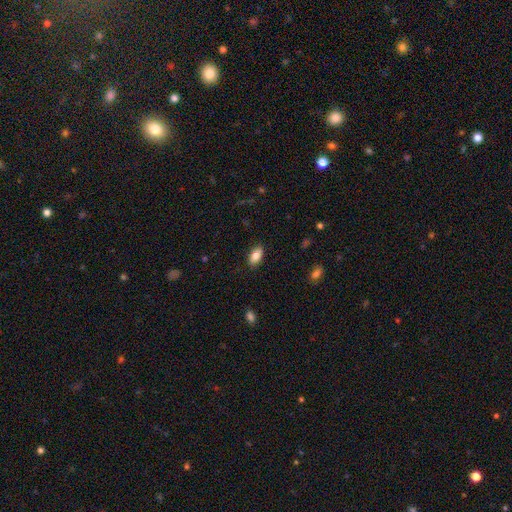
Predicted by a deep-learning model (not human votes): Smooth or featured: smooth — 85% (featured or disk — 8%)
How rounded: in between — 91% (cigar-shaped — 5%)
Merging: none — 88% (minor disturbance — 9%)